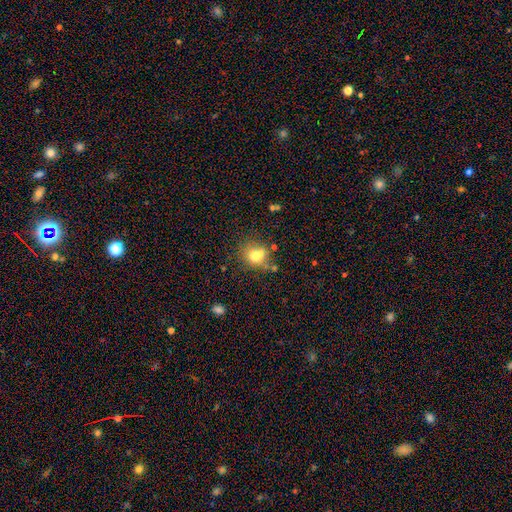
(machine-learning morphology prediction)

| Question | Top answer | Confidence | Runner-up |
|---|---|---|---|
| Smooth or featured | smooth | 68% | featured or disk (18%) |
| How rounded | round | 73% | in between (26%) |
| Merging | none | 51% | merger (28%) |